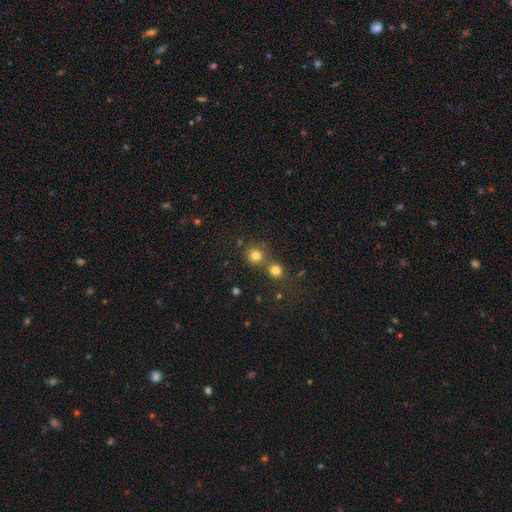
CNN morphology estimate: This is likely a smooth galaxy (77%). How rounded: clearly round (90%). Merging: likely none (61%).